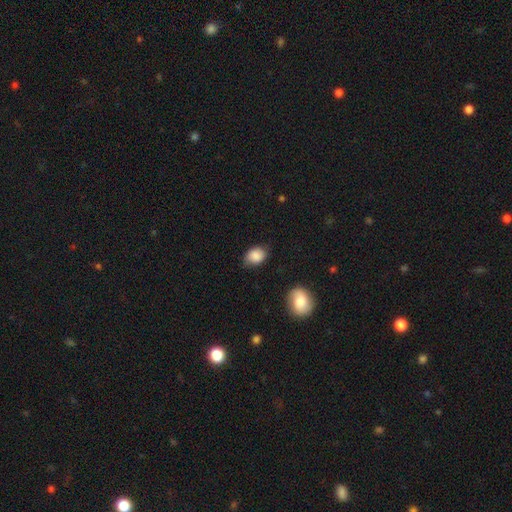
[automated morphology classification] A smooth galaxy with no disk features (86%) that is in between round and cigar-shaped (69%).

Vote fractions:
- Smooth or featured? smooth: 86% / star or artifact: 8% / featured or disk: 7%
- How rounded? in between: 69% / round: 30% / cigar-shaped: 1%
- Merging? none: 72% / minor disturbance: 22% / major disturbance: 4% / merger: 2%